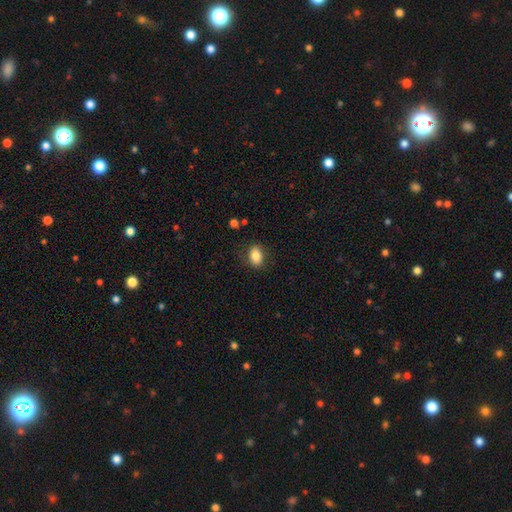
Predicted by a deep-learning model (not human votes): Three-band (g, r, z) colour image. It shows a smooth galaxy with no disk features (84%) that is in between round and cigar-shaped (82%). Merging: none (83%).